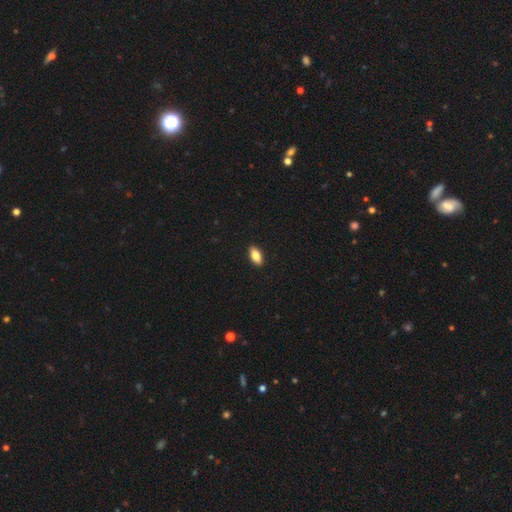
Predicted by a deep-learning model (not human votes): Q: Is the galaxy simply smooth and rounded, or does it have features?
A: smooth — 81%.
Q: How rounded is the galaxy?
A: in between — 88%.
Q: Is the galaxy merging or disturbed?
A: none — 91%.